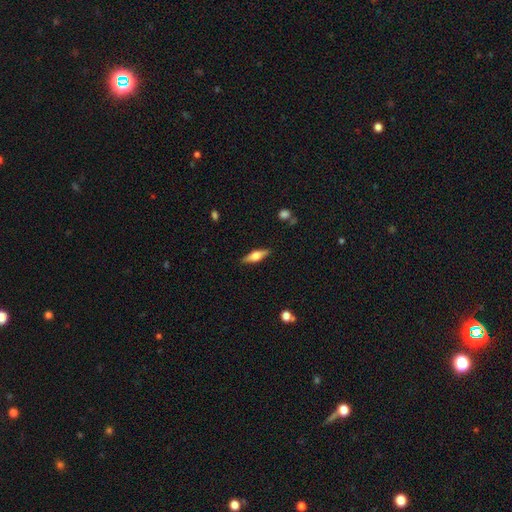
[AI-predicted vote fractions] Overall: featured or disk (50%; smooth 43%). Edge-on disk: yes (93%). Merging: none (87%).